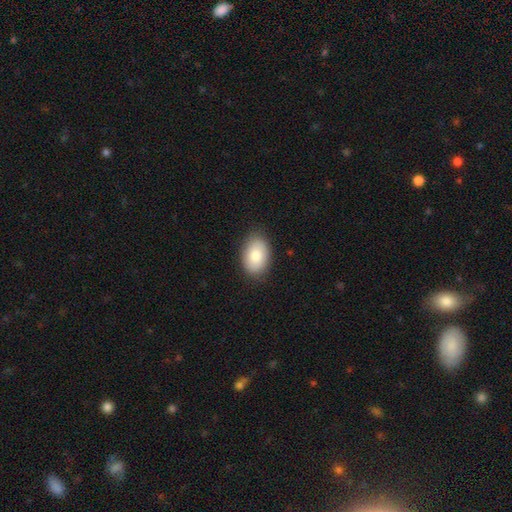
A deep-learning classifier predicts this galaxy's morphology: A smooth galaxy with no disk features (83%) that is in between round and cigar-shaped (88%).

Vote fractions:
- Smooth or featured? smooth: 83% / featured or disk: 11% / star or artifact: 6%
- How rounded? in between: 88% / round: 11% / cigar-shaped: 1%
- Merging? none: 85% / minor disturbance: 11% / major disturbance: 3% / merger: 1%